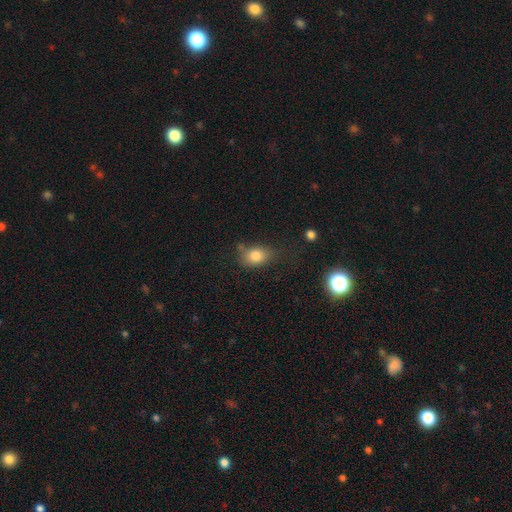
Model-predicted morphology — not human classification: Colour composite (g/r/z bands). It shows a smooth galaxy with no disk features (81%) that is in between round and cigar-shaped (70%). Merging: none (58%).